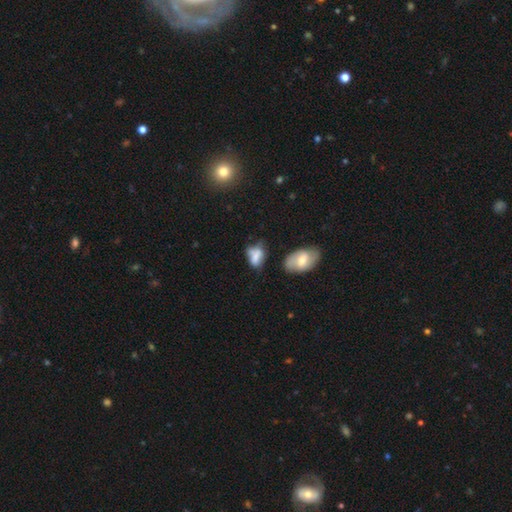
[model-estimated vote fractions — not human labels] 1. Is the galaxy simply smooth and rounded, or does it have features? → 65% smooth, 25% featured or disk, 10% star or artifact.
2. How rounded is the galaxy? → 85% in between, 11% round, 4% cigar-shaped.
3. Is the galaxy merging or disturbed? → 39% none, 30% minor disturbance, 17% merger, 15% major disturbance.